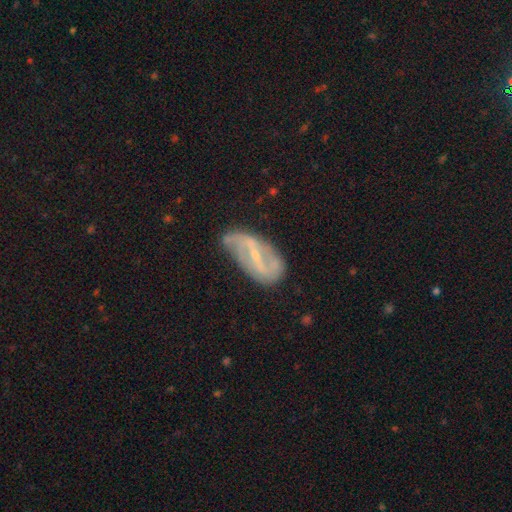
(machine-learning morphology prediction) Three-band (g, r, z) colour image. It shows a featured or disk galaxy (79%) with a strong bar (49%), 2 (80%) loose (42%) spiral arms (85%) and a small central bulge (75%). Merging: none (62%).